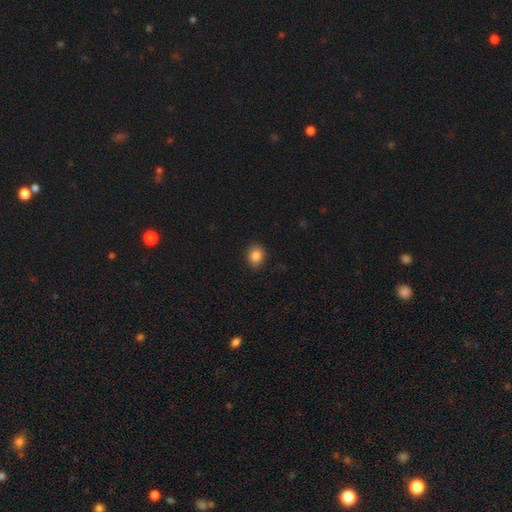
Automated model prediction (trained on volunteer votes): Smooth or featured?
  - smooth: 85% *
  - star or artifact: 10%
  - featured or disk: 5%
How rounded?
  - round: 60% *
  - in between: 39%
  - cigar-shaped: 1%
Merging?
  - none: 88% *
  - minor disturbance: 9%
  - major disturbance: 2%
  - merger: 1%